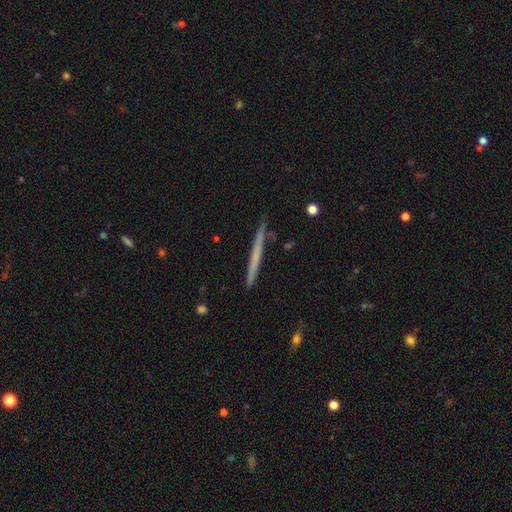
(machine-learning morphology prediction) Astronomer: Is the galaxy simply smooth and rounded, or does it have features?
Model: smooth — 48% (runner-up: featured or disk, 47%).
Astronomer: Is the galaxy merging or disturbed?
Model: none — 90%.